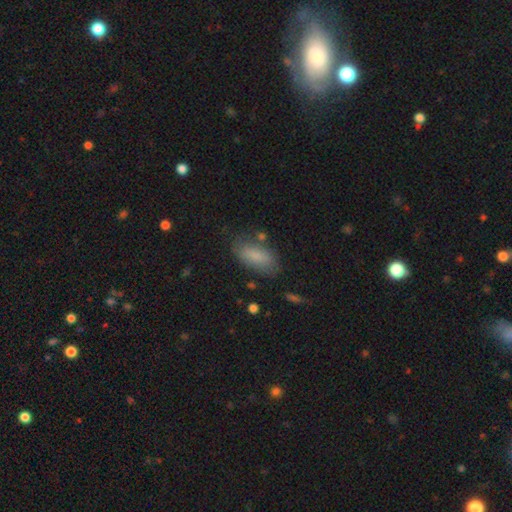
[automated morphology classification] smooth 83%, featured or disk 10%, star or artifact 7%. Down the decision tree: how rounded — in between (86%); merging — none (72%).